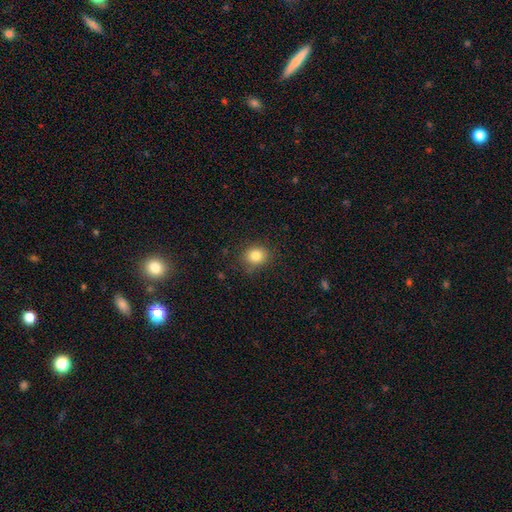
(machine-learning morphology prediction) This appears to be a smooth galaxy with no disk features (83%) that is round (72%). Merging: none (82%).